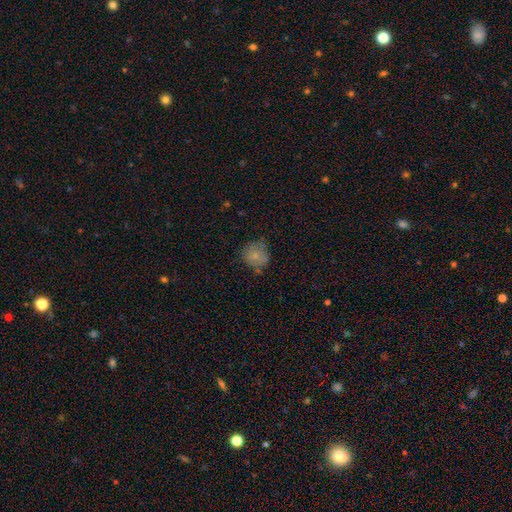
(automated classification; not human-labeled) Smooth or featured?
  - smooth: 76% *
  - featured or disk: 15%
  - star or artifact: 9%
How rounded?
  - round: 84% *
  - in between: 15%
  - cigar-shaped: 1%
Merging?
  - none: 63% *
  - minor disturbance: 26%
  - major disturbance: 7%
  - merger: 5%